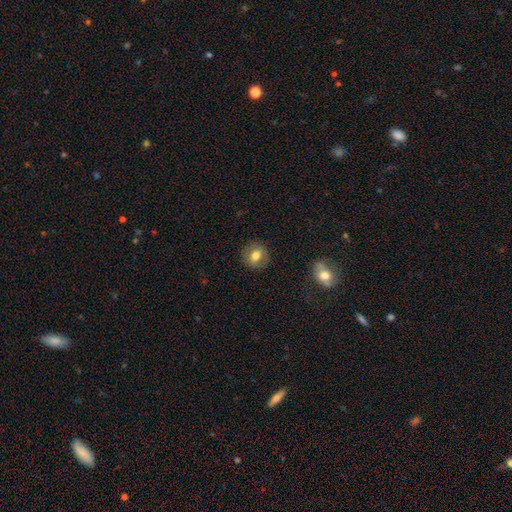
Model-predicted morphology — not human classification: smooth 72%, featured or disk 19%, star or artifact 9%. Down the decision tree: how rounded — round (79%); merging — none (87%).